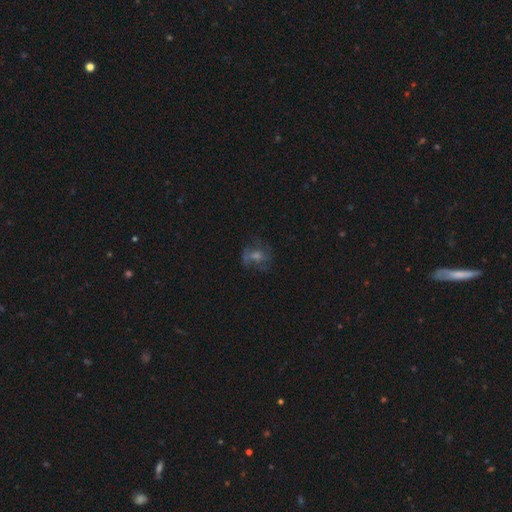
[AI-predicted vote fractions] Q: Smooth or featured?
A: featured or disk (45%); runner-up: smooth (30%)
Q: Merging?
A: none (63%); runner-up: minor disturbance (18%)